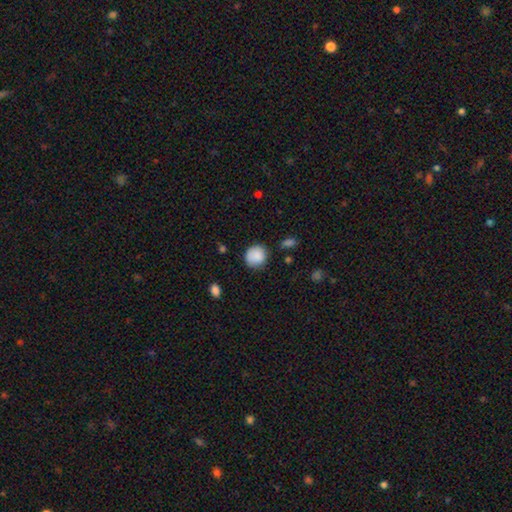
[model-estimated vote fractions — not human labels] Smooth or featured: smooth — 87% (star or artifact — 8%)
How rounded: round — 86% (in between — 13%)
Merging: none — 76% (minor disturbance — 18%)